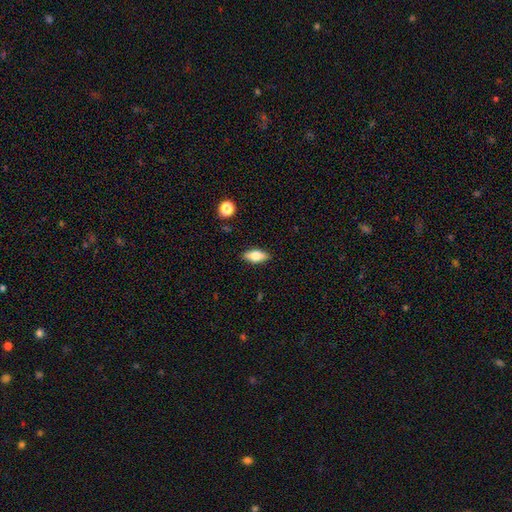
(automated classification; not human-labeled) This appears to be a smooth galaxy with no disk features (66%) that is in between round and cigar-shaped (79%). Merging: none (86%).